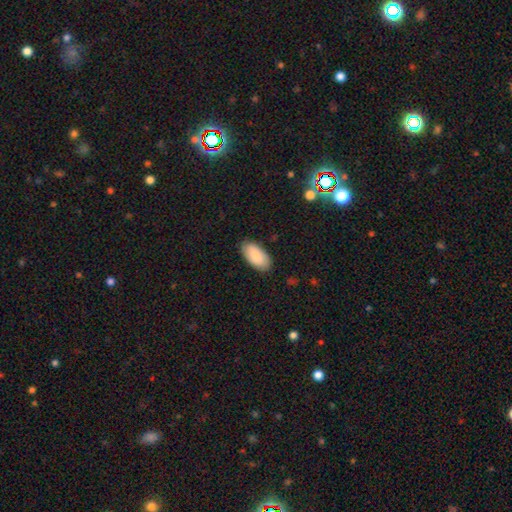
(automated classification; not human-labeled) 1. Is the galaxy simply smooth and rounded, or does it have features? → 87% smooth, 7% featured or disk, 6% star or artifact.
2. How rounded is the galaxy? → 94% in between, 4% cigar-shaped, 2% round.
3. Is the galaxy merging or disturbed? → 86% none, 11% minor disturbance, 2% major disturbance, 1% merger.